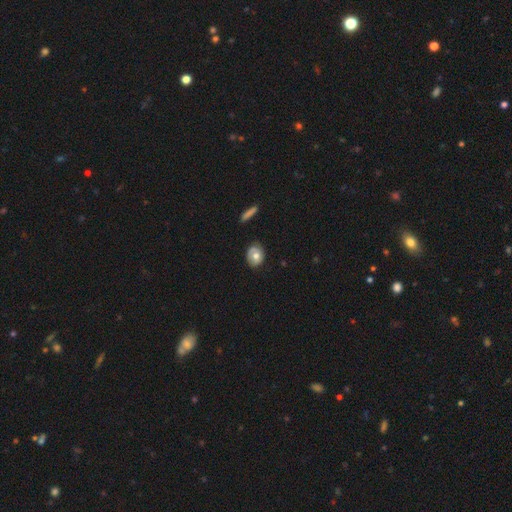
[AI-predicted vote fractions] Overall: smooth (63%; featured or disk 29%). How rounded: in between (51%; round 48%). Merging: none (72%).